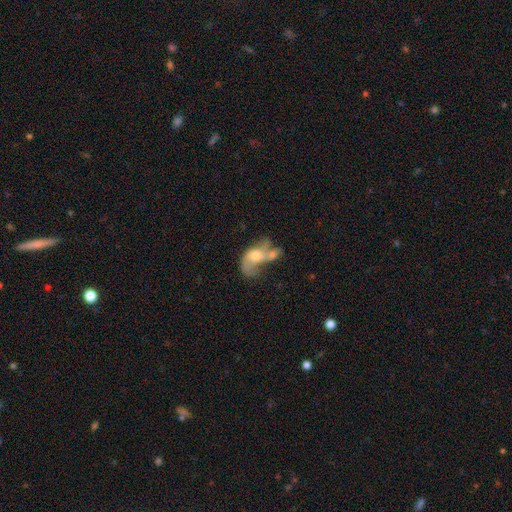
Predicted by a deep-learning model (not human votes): Q: Smooth or featured?
A: featured or disk (54%); runner-up: smooth (36%)
Q: Edge-on disk?
A: no (96%); runner-up: yes (4%)
Q: Bar?
A: no (73%); runner-up: weak (23%)
Q: Spiral arms?
A: yes (56%); runner-up: no (44%)
Q: Bulge size?
A: moderate (54%); runner-up: small (24%)
Q: Merging?
A: merger (54%); runner-up: major disturbance (23%)